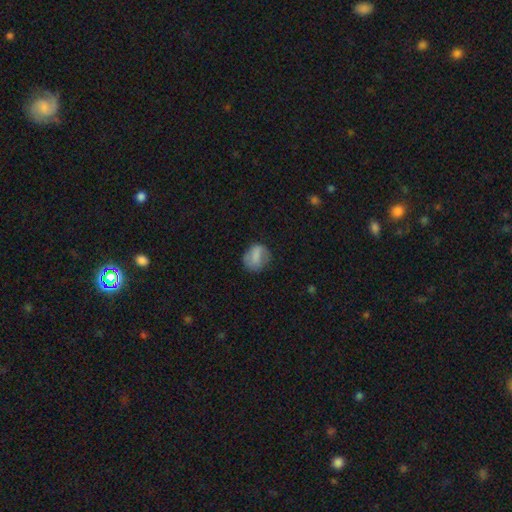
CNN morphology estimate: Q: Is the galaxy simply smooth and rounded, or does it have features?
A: smooth — 72%.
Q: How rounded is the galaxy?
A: round — 66%.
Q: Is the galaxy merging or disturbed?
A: none — 71%.